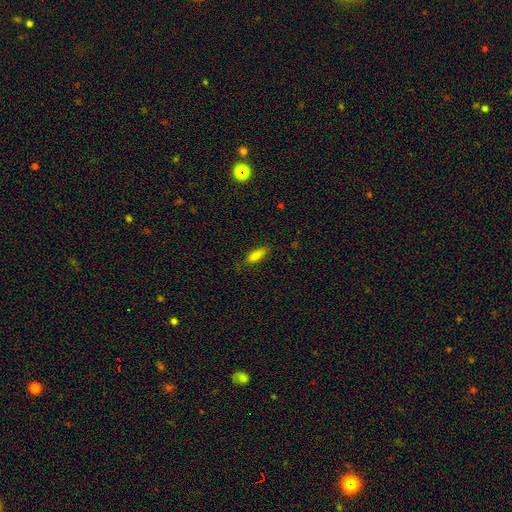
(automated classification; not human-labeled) A smooth galaxy with no disk features (83%) that is in between round and cigar-shaped (57%). Merging: none (76%).